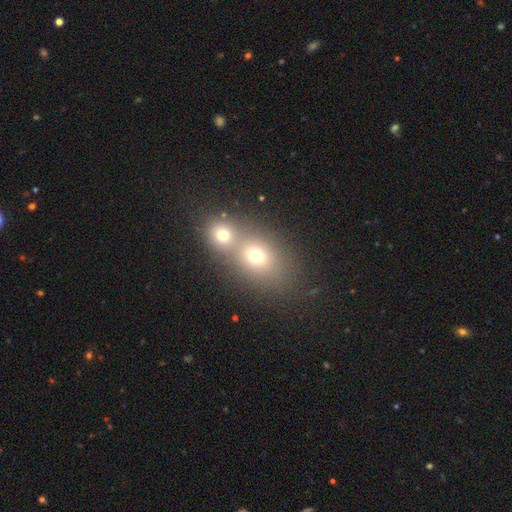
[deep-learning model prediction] smooth_or_featured: smooth (p=0.69) [alt: star or artifact p=0.16]
how_rounded: round (p=0.53) [alt: in between p=0.46]
merging: merger (p=0.60) [alt: none p=0.30]